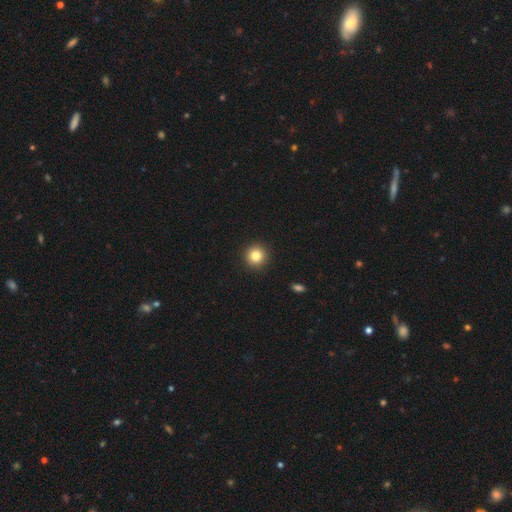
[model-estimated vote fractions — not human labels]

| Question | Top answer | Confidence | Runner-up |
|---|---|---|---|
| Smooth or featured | smooth | 83% | star or artifact (11%) |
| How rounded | round | 95% | in between (4%) |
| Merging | none | 93% | minor disturbance (4%) |